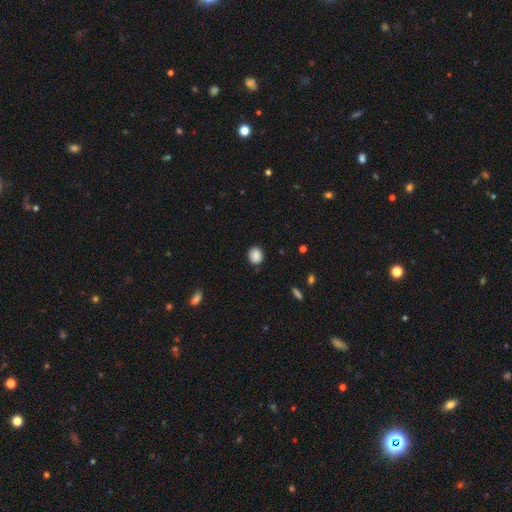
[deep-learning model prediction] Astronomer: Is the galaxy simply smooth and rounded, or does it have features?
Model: smooth — 88%.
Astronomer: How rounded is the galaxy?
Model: round — 72%.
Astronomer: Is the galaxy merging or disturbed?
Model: none — 87%.